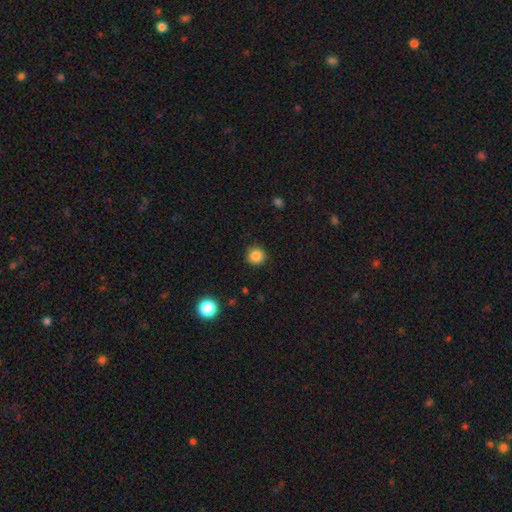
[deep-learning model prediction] Smooth or featured: smooth — 85% (star or artifact — 11%)
How rounded: round — 94% (in between — 6%)
Merging: none — 89% (minor disturbance — 8%)